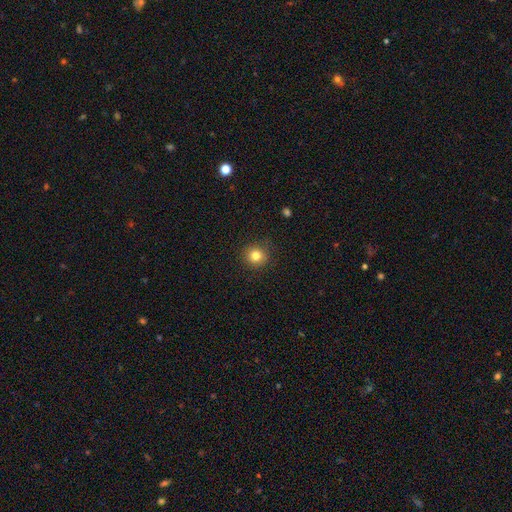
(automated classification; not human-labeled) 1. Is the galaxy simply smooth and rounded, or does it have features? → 81% smooth, 12% star or artifact, 6% featured or disk.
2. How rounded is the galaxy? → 90% round, 9% in between, 1% cigar-shaped.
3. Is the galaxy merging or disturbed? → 88% none, 9% minor disturbance, 3% major disturbance, 1% merger.